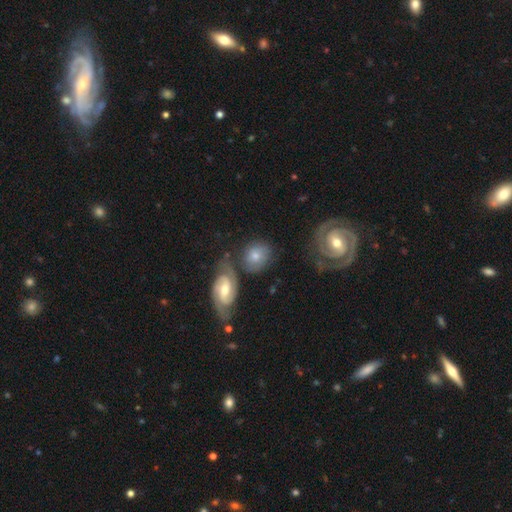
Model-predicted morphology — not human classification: A smooth galaxy with no disk features (58%) that is round (61%).

Vote fractions:
- Smooth or featured? smooth: 58% / featured or disk: 33% / star or artifact: 9%
- How rounded? round: 61% / in between: 37% / cigar-shaped: 2%
- Merging? none: 55% / merger: 19% / minor disturbance: 18% / major disturbance: 8%